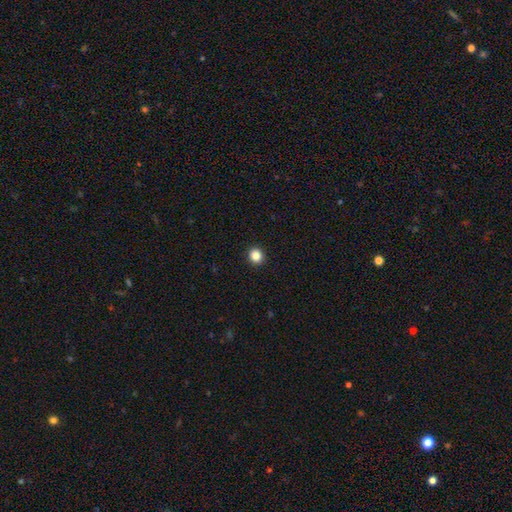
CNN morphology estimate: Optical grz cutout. It shows a smooth galaxy with no disk features (85%) that is round (91%). Merging: none (94%).